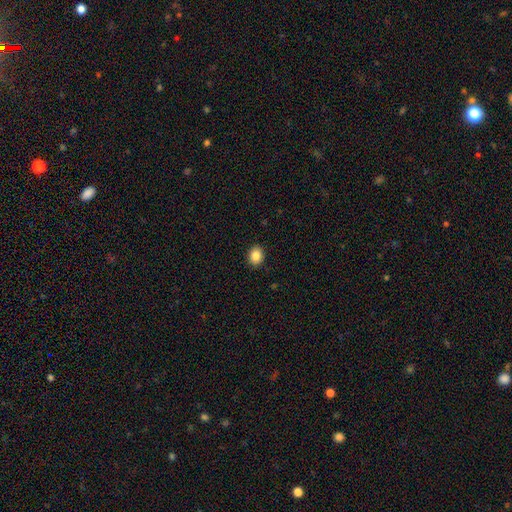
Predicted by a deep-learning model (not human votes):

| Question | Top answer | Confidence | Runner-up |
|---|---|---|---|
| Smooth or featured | smooth | 87% | star or artifact (9%) |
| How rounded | round | 50% | in between (49%) |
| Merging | none | 91% | minor disturbance (6%) |